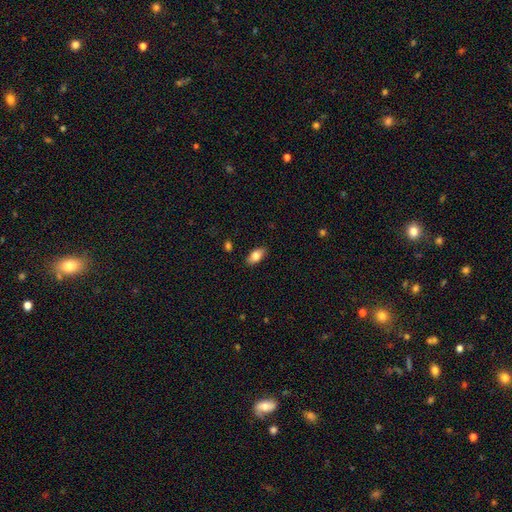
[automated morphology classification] Smooth or featured?
  - smooth: 80% *
  - featured or disk: 12%
  - star or artifact: 7%
How rounded?
  - in between: 90% *
  - cigar-shaped: 6%
  - round: 4%
Merging?
  - none: 87% *
  - minor disturbance: 9%
  - major disturbance: 2%
  - merger: 1%